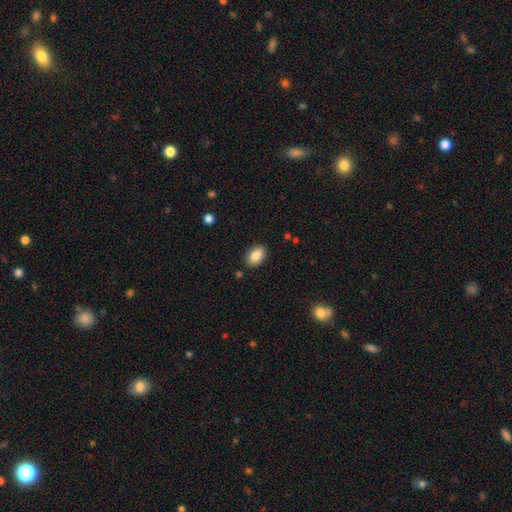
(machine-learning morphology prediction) A smooth galaxy with no disk features (85%) that is in between round and cigar-shaped (84%). Merging: none (87%).